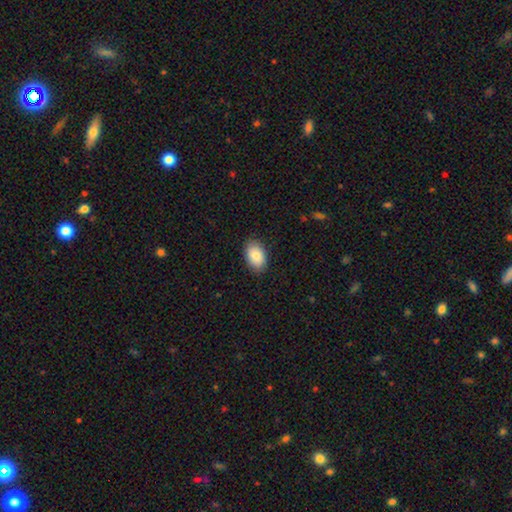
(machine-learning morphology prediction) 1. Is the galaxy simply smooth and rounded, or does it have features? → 86% smooth, 8% featured or disk, 7% star or artifact.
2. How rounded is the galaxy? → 90% in between, 9% round, 1% cigar-shaped.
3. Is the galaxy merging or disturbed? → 87% none, 10% minor disturbance, 2% major disturbance, 1% merger.